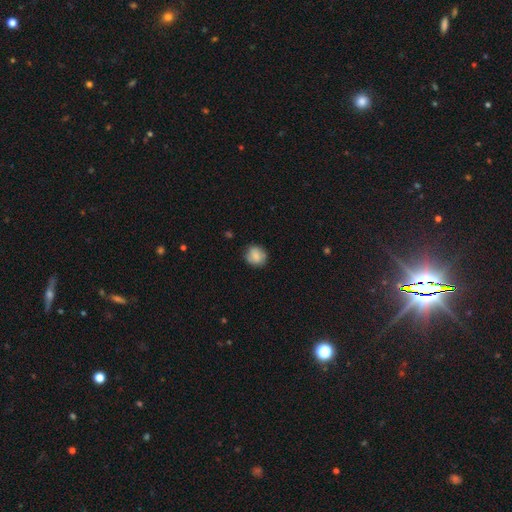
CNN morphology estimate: This appears to be a smooth galaxy with no disk features (81%) that is round (81%). Merging: none (75%).